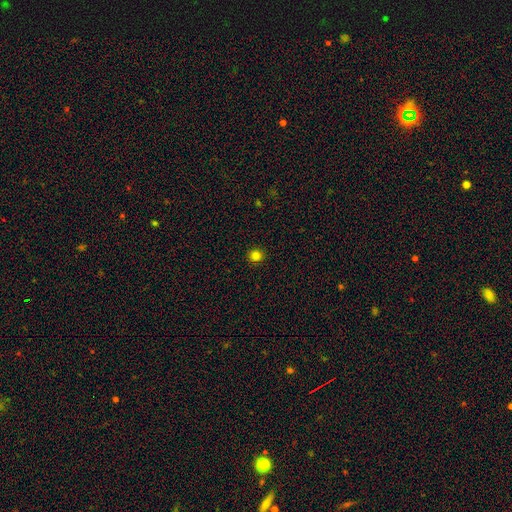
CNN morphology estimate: type=smooth (82%); roundness=round (92%); merging=none (93%).